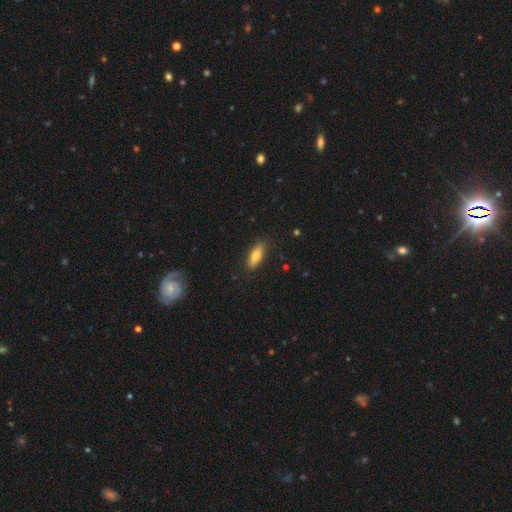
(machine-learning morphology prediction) smooth 76%, featured or disk 18%, star or artifact 7%. Down the decision tree: how rounded — in between (57%); merging — none (87%).